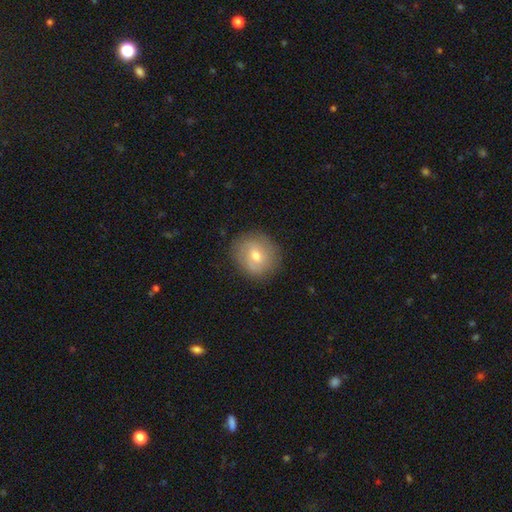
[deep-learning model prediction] A smooth galaxy with no disk features (47%). Merging: none (83%).